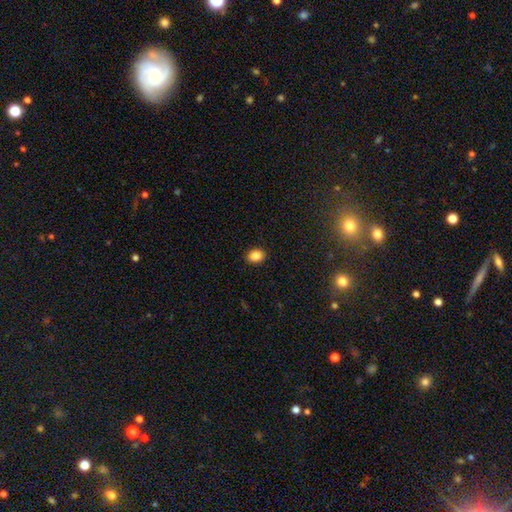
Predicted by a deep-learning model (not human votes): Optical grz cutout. It shows a smooth galaxy with no disk features (86%) that is in between round and cigar-shaped (57%). Merging: none (90%).